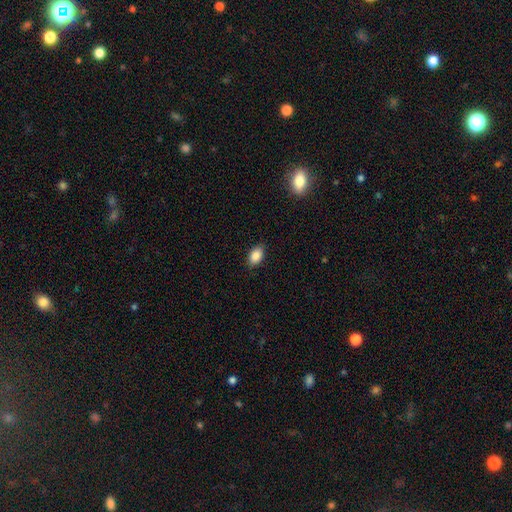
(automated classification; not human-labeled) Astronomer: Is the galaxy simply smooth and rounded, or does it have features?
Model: smooth — 88%.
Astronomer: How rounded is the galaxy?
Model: in between — 91%.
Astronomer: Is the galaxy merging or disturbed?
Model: none — 86%.